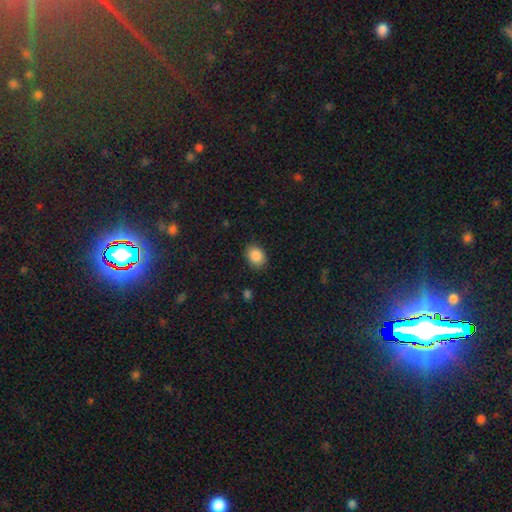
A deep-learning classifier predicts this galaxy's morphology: type=smooth (87%); roundness=in between (61%); merging=none (87%).